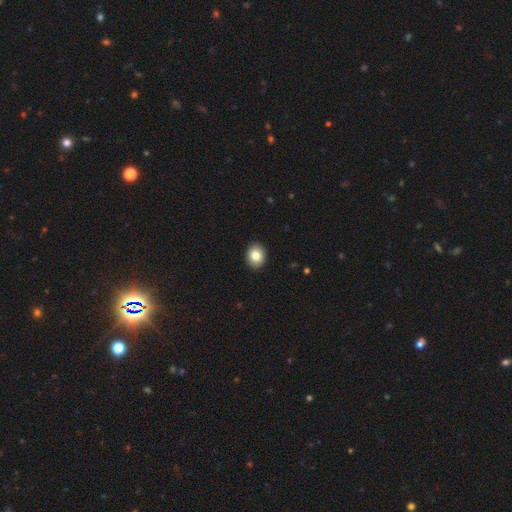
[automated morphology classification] A smooth galaxy with no disk features (83%) that is round (51%).

Vote fractions:
- Smooth or featured? smooth: 83% / featured or disk: 9% / star or artifact: 8%
- How rounded? round: 51% / in between: 48% / cigar-shaped: 1%
- Merging? none: 91% / minor disturbance: 6% / major disturbance: 2% / merger: 1%